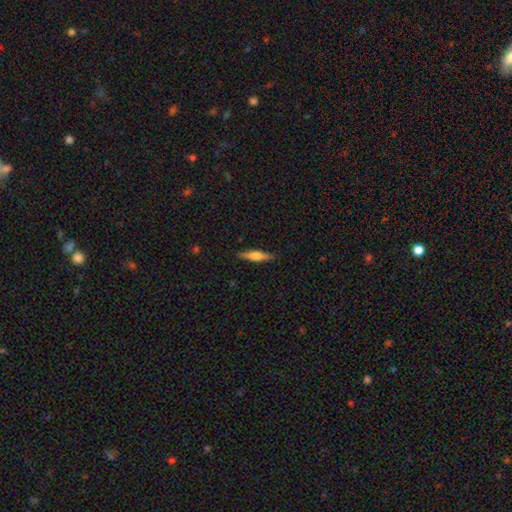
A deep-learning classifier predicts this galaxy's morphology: Smooth or featured: featured or disk — 53% (smooth — 41%)
Edge-on disk: yes — 96% (no — 4%)
Edge-on bulge: rounded — 77% (boxy — 17%)
Merging: none — 88% (minor disturbance — 9%)